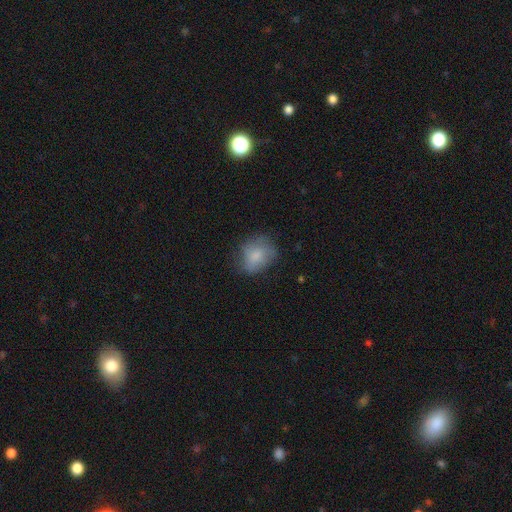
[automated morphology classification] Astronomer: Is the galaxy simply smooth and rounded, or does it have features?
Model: smooth — 76%.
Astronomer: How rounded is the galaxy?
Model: round — 50% (runner-up: in between, 49%).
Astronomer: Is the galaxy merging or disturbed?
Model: none — 59%.